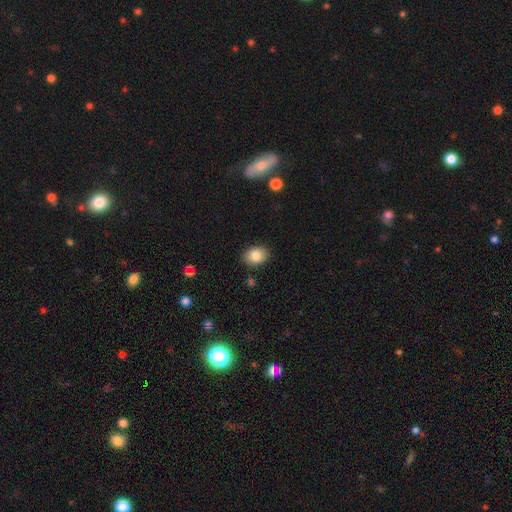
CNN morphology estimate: smooth-or-featured: smooth: 84% | star or artifact: 8% | featured or disk: 7%
  how-rounded: in between: 63% | round: 36% | cigar-shaped: 1%
  merging: none: 88% | minor disturbance: 9% | major disturbance: 2% | merger: 2%